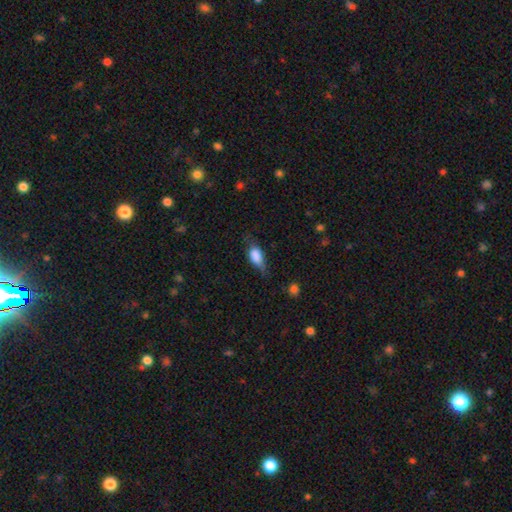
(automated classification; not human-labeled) This appears to be a smooth galaxy with no disk features (75%) that is in between round and cigar-shaped (83%). Merging: none (43%).